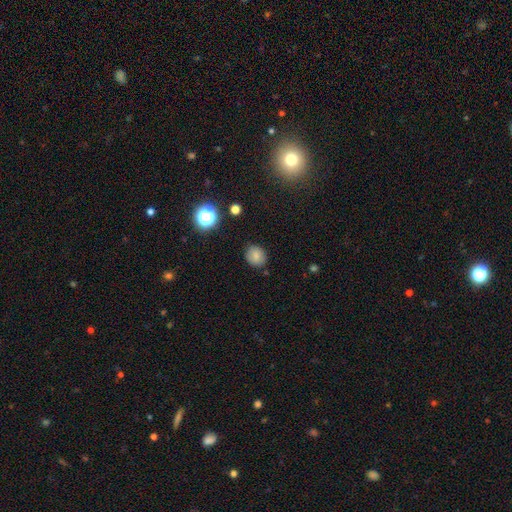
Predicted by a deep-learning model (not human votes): Overall: smooth (80%). How rounded: round (69%; in between 30%). Merging: none (84%).